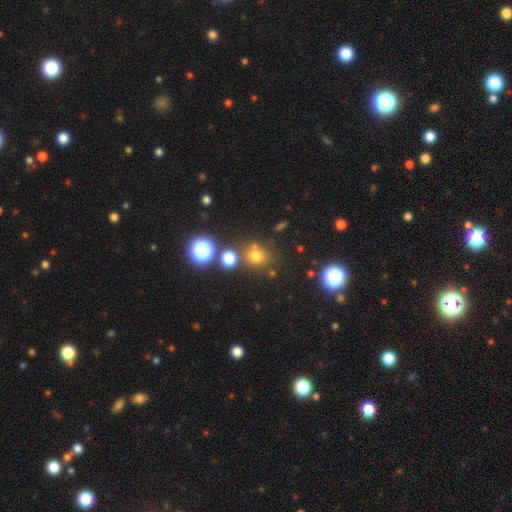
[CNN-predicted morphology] Smooth or featured?
  - smooth: 67% *
  - star or artifact: 25%
  - featured or disk: 8%
How rounded?
  - round: 84% *
  - in between: 15%
  - cigar-shaped: 1%
Merging?
  - none: 73% *
  - merger: 13%
  - minor disturbance: 10%
  - major disturbance: 4%